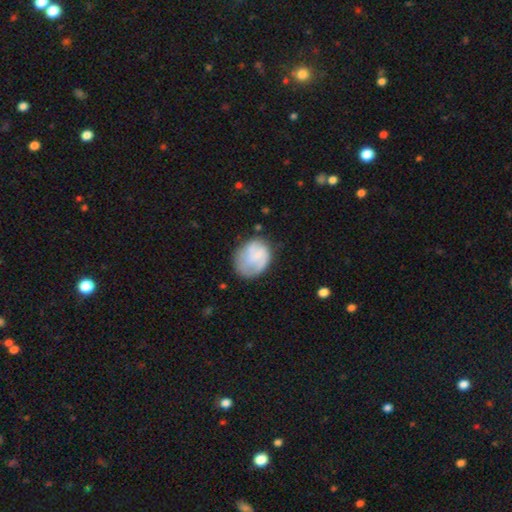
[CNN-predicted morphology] smooth 60%, featured or disk 33%, star or artifact 7%. Down the decision tree: how rounded — round (59%); merging — none (51%).